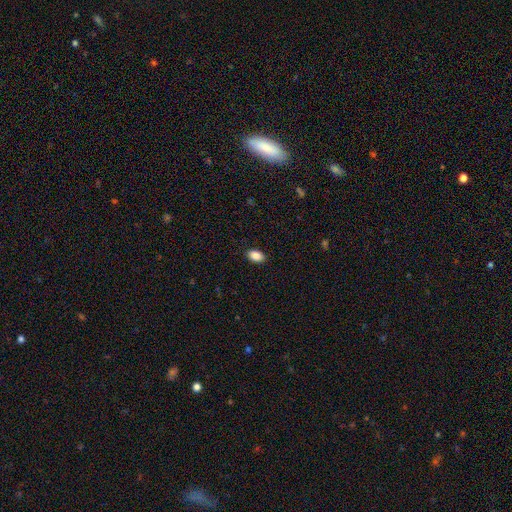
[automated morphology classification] Overall: smooth (89%). How rounded: in between (91%). Merging: none (89%).